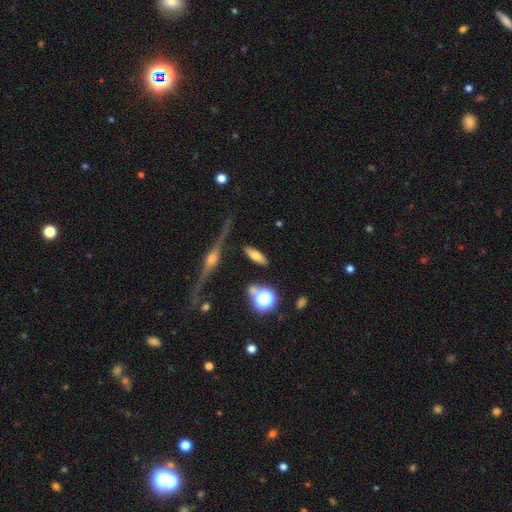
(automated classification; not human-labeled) Morphology: type=smooth (64%); roundness=in between (63%); merging=none (81%).